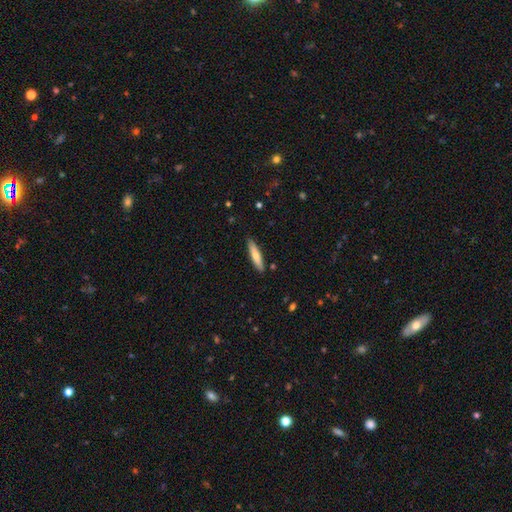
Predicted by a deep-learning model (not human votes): A smooth galaxy with no disk features (64%) that is cigar-shaped (83%).

Vote fractions:
- Smooth or featured? smooth: 64% / featured or disk: 30% / star or artifact: 6%
- How rounded? cigar-shaped: 83% / in between: 15% / round: 2%
- Merging? none: 88% / minor disturbance: 9% / major disturbance: 2% / merger: 1%